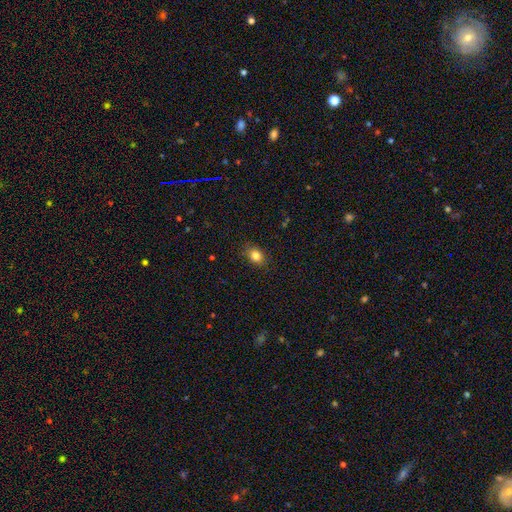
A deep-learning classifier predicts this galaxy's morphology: type=smooth (83%); roundness=in between (69%); merging=none (85%).